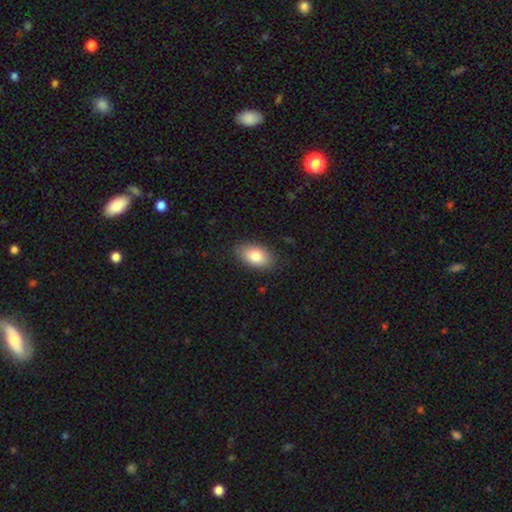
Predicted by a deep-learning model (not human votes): A smooth galaxy with no disk features (82%) that is in between round and cigar-shaped (92%).

Vote fractions:
- Smooth or featured? smooth: 82% / featured or disk: 11% / star or artifact: 7%
- How rounded? in between: 92% / round: 6% / cigar-shaped: 2%
- Merging? none: 84% / minor disturbance: 12% / major disturbance: 3% / merger: 1%